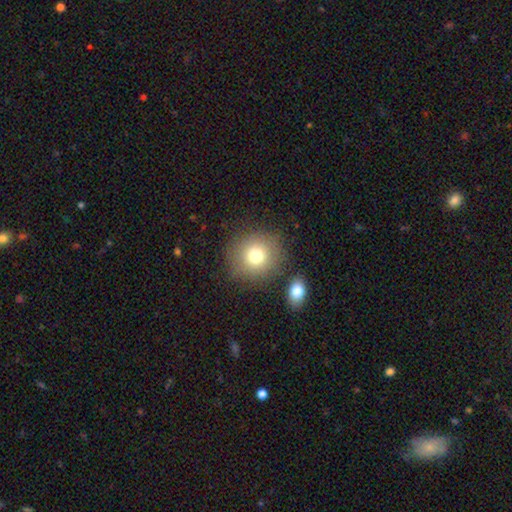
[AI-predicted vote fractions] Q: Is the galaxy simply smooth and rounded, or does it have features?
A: smooth — 76%.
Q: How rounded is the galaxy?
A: round — 88%.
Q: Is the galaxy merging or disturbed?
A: none — 80%.